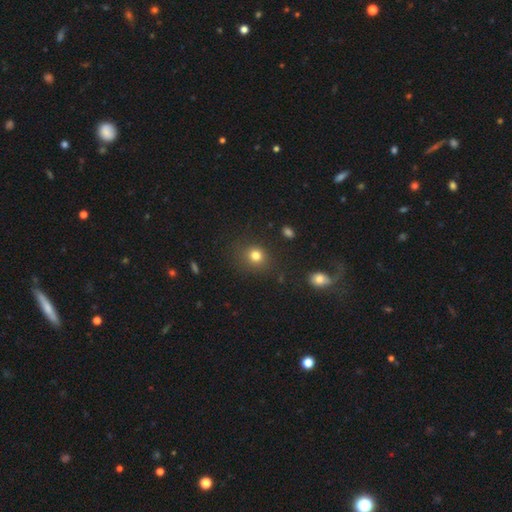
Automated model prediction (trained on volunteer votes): Morphology: type=smooth (79%); roundness=round (80%); merging=none (82%).